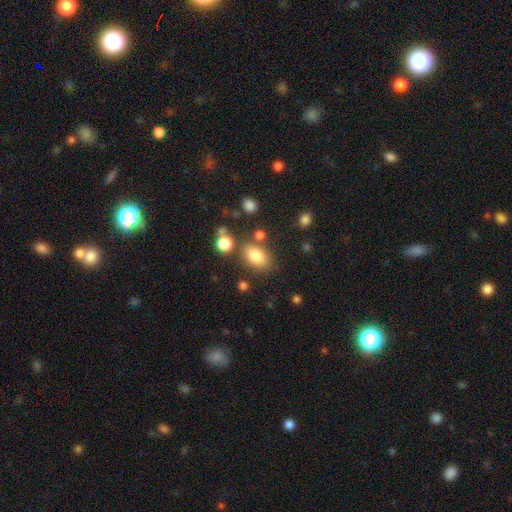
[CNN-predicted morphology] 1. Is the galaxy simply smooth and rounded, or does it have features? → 81% smooth, 10% star or artifact, 9% featured or disk.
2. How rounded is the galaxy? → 85% in between, 13% round, 2% cigar-shaped.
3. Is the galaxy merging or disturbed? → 72% none, 14% minor disturbance, 9% merger, 5% major disturbance.